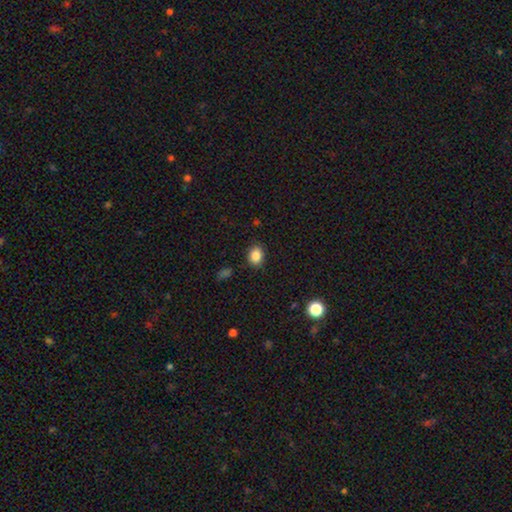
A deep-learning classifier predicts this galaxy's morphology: Smooth or featured: smooth — 85% (star or artifact — 10%)
How rounded: in between — 54% (round — 45%)
Merging: none — 87% (minor disturbance — 9%)